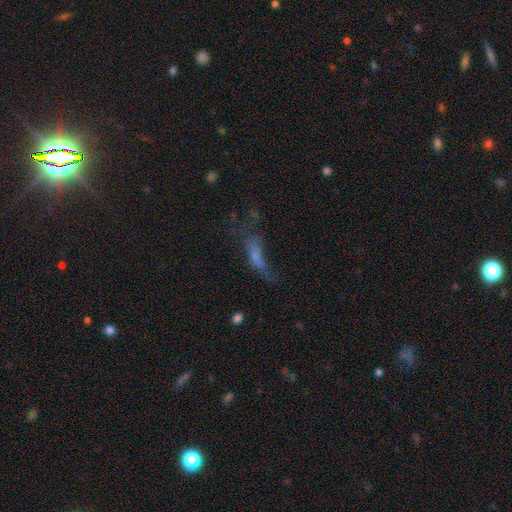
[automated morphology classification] smooth-or-featured: smooth: 46% | featured or disk: 33% | star or artifact: 20%
  merging: major disturbance: 41% | none: 32% | minor disturbance: 20% | merger: 7%